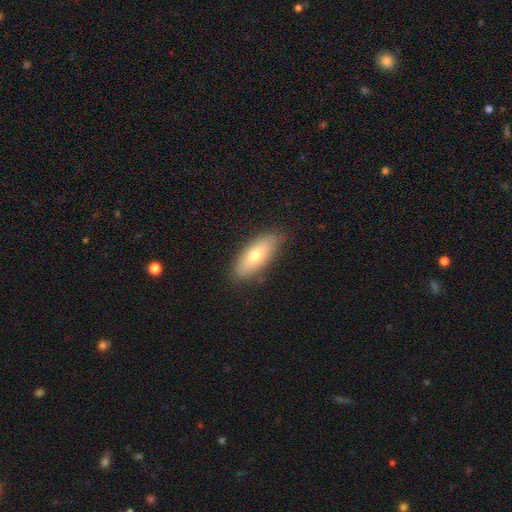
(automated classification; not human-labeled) smooth_or_featured: smooth (p=0.69) [alt: featured or disk p=0.25]
how_rounded: in between (p=0.76) [alt: cigar-shaped p=0.21]
merging: none (p=0.85) [alt: minor disturbance p=0.12]